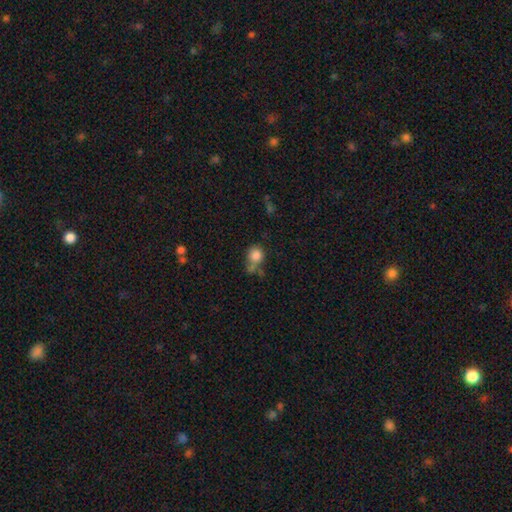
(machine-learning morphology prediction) Q: Smooth or featured?
A: smooth (82%); runner-up: star or artifact (10%)
Q: How rounded?
A: round (80%); runner-up: in between (19%)
Q: Merging?
A: none (45%); runner-up: merger (26%)